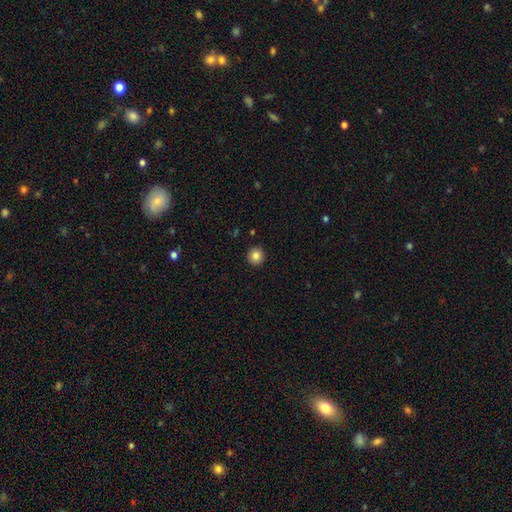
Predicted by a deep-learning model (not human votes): smooth_or_featured: smooth (p=0.85) [alt: star or artifact p=0.10]
how_rounded: round (p=0.93) [alt: in between p=0.06]
merging: none (p=0.92) [alt: minor disturbance p=0.05]